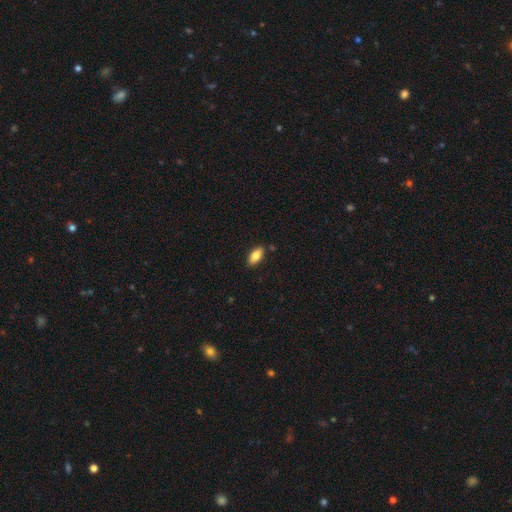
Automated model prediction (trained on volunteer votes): This appears to be a smooth galaxy with no disk features (82%) that is in between round and cigar-shaped (90%). Merging: none (87%).